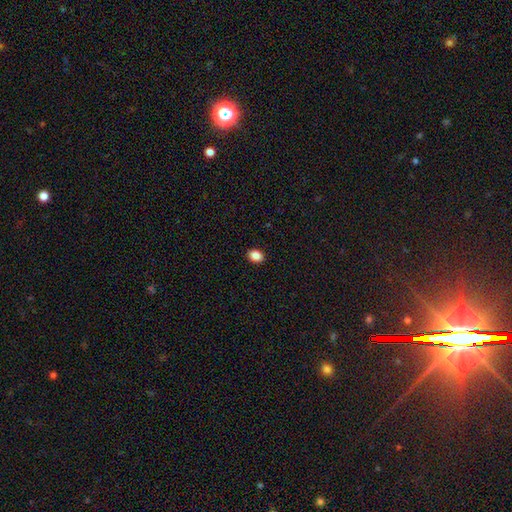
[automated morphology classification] smooth 88%, star or artifact 9%, featured or disk 3%. Down the decision tree: how rounded — in between (64%); merging — none (92%).